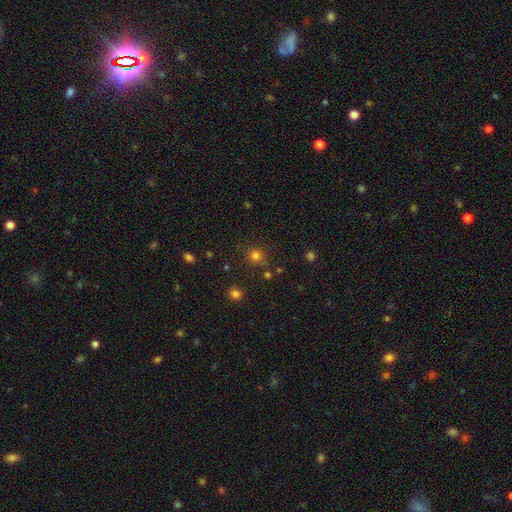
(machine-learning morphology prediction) A smooth galaxy with no disk features (76%) that is round (86%).

Vote fractions:
- Smooth or featured? smooth: 76% / star or artifact: 19% / featured or disk: 5%
- How rounded? round: 86% / in between: 13% / cigar-shaped: 1%
- Merging? none: 78% / minor disturbance: 11% / merger: 6% / major disturbance: 4%